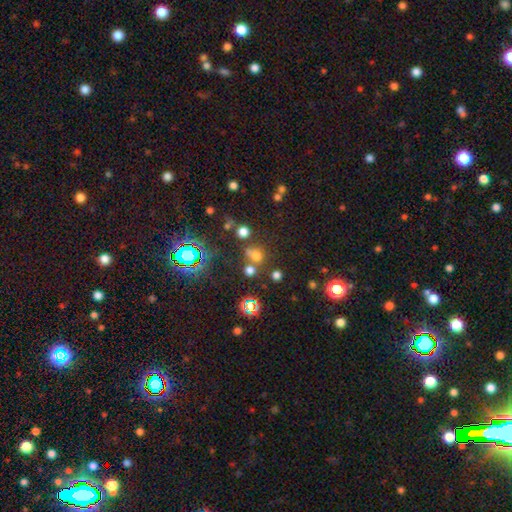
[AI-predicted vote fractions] Smooth or featured? smooth (55%)
How rounded? round (73%)
Merging? none (55%)